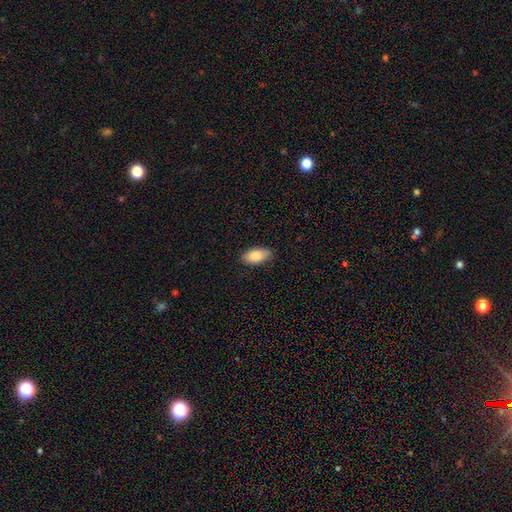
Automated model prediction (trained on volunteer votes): This is clearly a smooth galaxy (86%). How rounded: clearly in between (93%). Merging: clearly none (85%).